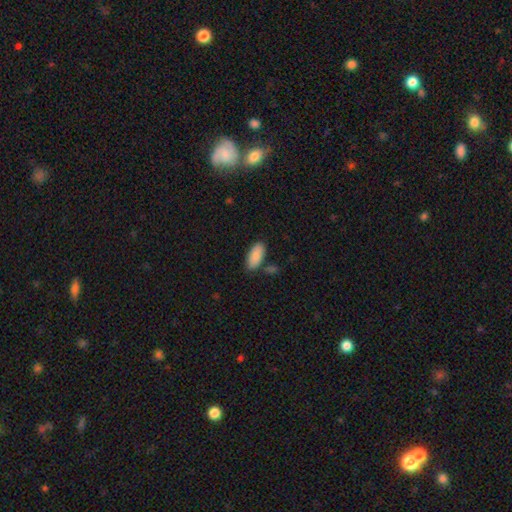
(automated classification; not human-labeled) smooth 89%, star or artifact 6%, featured or disk 5%. Down the decision tree: how rounded — in between (89%); merging — none (79%).